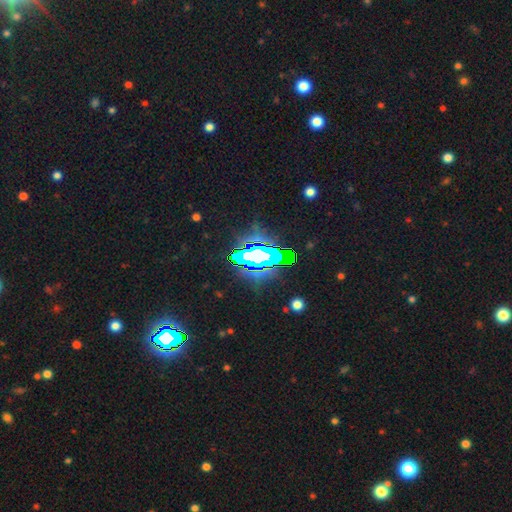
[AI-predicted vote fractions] smooth_or_featured: star or artifact (p=0.66) [alt: smooth p=0.17]